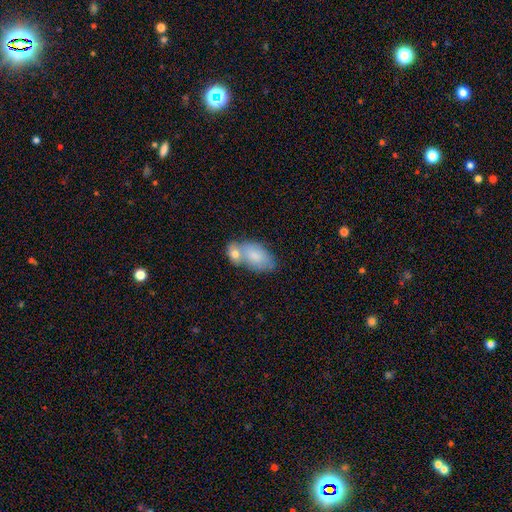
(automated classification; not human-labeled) The model was most divided on "merging": merger: 50%, none: 31%, minor disturbance: 14%, major disturbance: 5%. More confident: how rounded — in between (92%); smooth or featured — smooth (77%).